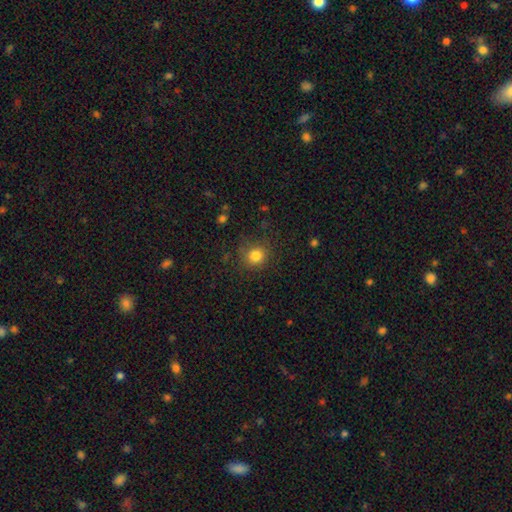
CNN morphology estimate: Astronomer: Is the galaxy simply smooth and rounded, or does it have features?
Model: smooth — 82%.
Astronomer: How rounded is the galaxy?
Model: round — 90%.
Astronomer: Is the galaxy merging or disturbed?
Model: none — 83%.